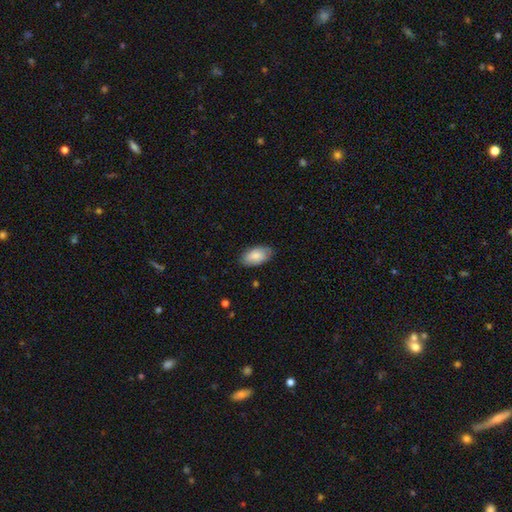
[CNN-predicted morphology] type=smooth (80%); roundness=in between (95%); merging=none (80%).